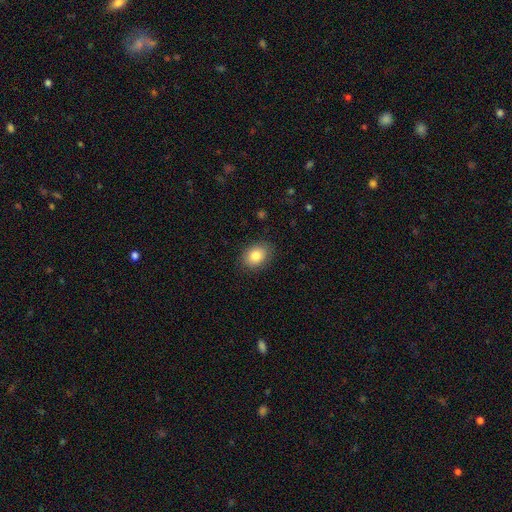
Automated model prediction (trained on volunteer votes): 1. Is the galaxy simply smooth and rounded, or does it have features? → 84% smooth, 9% star or artifact, 8% featured or disk.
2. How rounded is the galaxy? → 62% in between, 37% round, 1% cigar-shaped.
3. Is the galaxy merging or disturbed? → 87% none, 10% minor disturbance, 3% major disturbance, 1% merger.